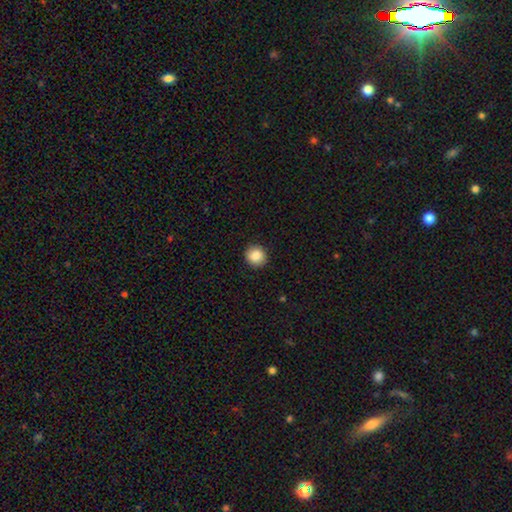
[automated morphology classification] Q: Smooth or featured?
A: smooth (86%); runner-up: star or artifact (9%)
Q: How rounded?
A: round (89%); runner-up: in between (10%)
Q: Merging?
A: none (92%); runner-up: minor disturbance (6%)